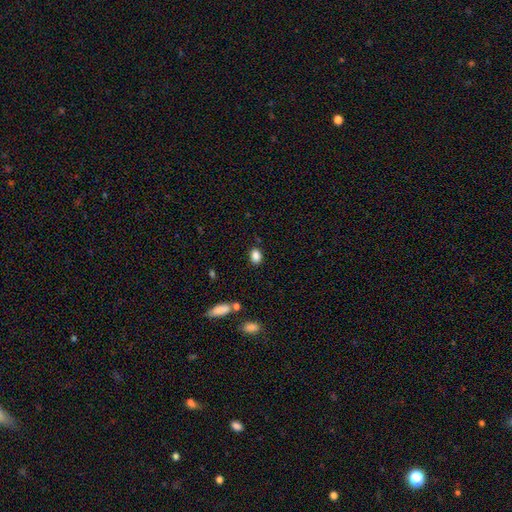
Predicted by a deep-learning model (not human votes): smooth-or-featured: smooth: 86% | star or artifact: 10% | featured or disk: 4%
  how-rounded: in between: 74% | round: 25% | cigar-shaped: 2%
  merging: none: 82% | minor disturbance: 12% | merger: 3% | major disturbance: 3%